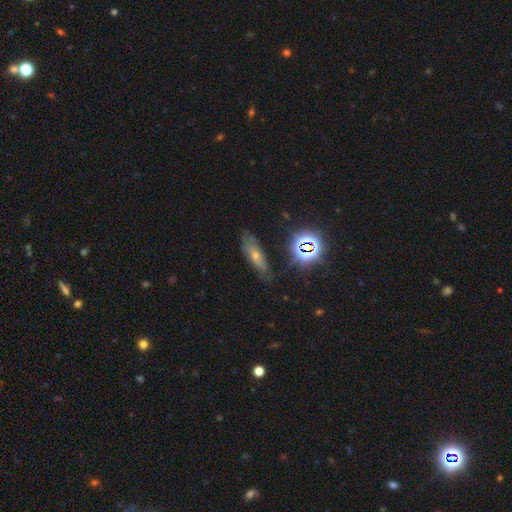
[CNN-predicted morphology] featured or disk 41%, smooth 30%, star or artifact 29%. Down the decision tree: merging — none (75%).